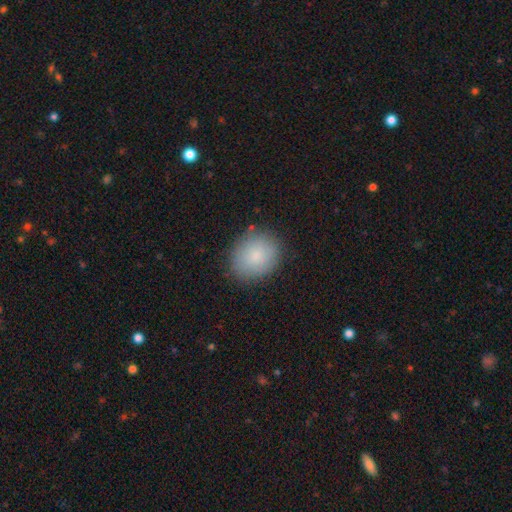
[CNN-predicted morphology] Smooth or featured? smooth (84%)
How rounded? round (60%)
Merging? none (83%)